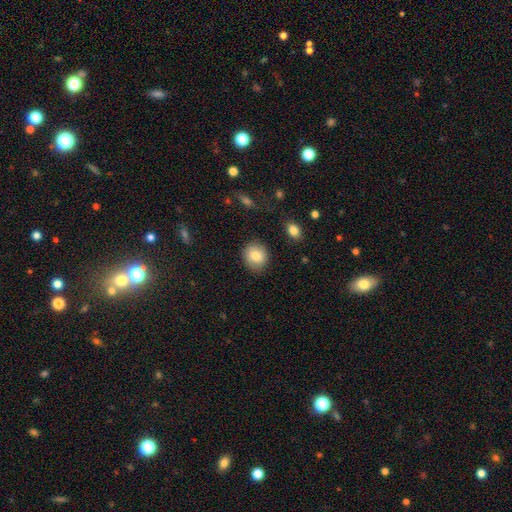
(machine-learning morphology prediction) Q: Smooth or featured?
A: smooth (81%); runner-up: featured or disk (11%)
Q: How rounded?
A: round (80%); runner-up: in between (19%)
Q: Merging?
A: none (86%); runner-up: minor disturbance (9%)